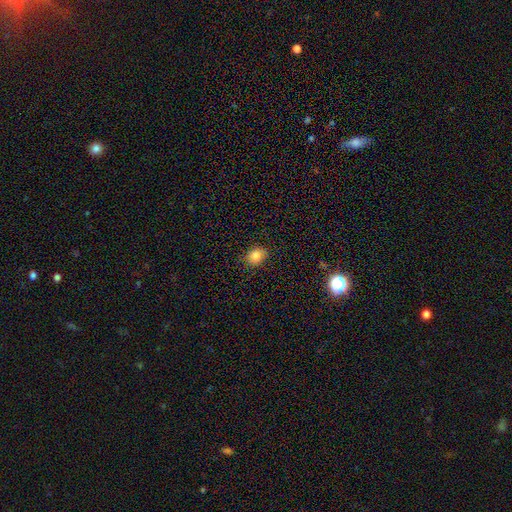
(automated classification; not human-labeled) Overall: smooth (82%). How rounded: in between (52%; round 47%). Merging: none (86%).